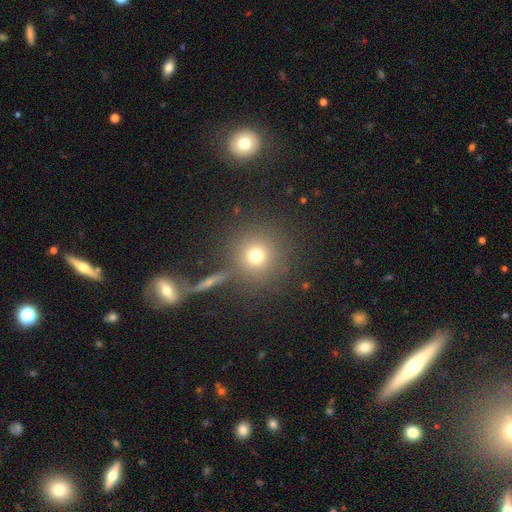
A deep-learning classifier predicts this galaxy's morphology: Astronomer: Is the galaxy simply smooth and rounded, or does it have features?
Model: smooth — 72%.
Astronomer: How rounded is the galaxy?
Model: round — 93%.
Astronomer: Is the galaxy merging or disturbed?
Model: none — 78%.